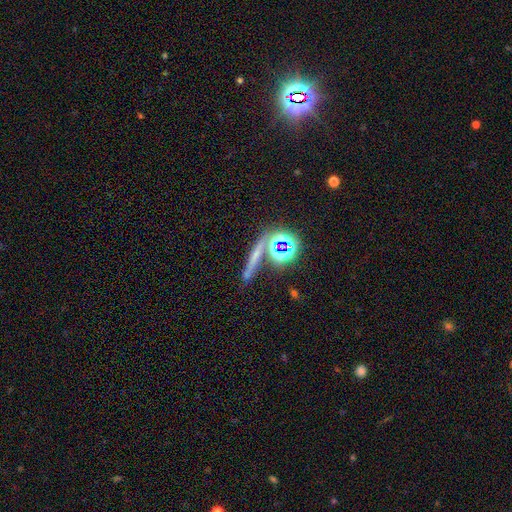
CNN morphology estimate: type=smooth (39%); merging=none (71%).